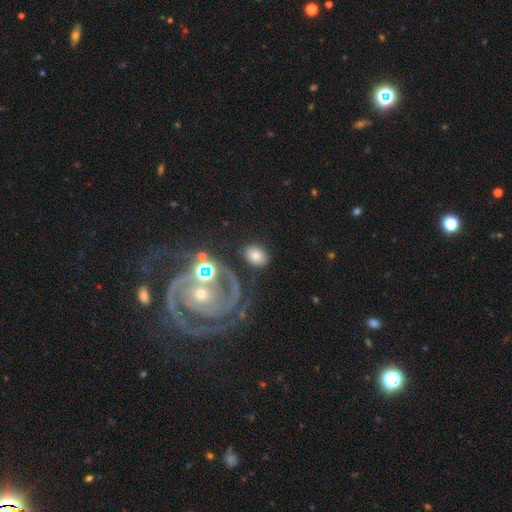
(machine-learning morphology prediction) Smooth or featured?
  - smooth: 72% *
  - featured or disk: 16%
  - star or artifact: 12%
How rounded?
  - in between: 71% *
  - round: 28%
  - cigar-shaped: 1%
Merging?
  - none: 77% *
  - minor disturbance: 12%
  - major disturbance: 7%
  - merger: 4%